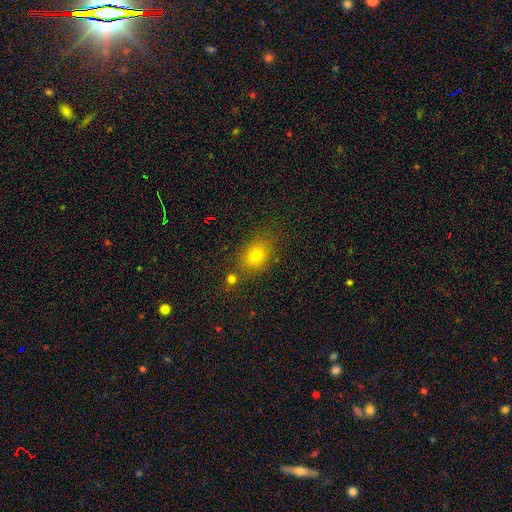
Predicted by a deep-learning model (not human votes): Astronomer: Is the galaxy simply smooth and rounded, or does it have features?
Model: smooth — 75%.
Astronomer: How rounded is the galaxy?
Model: in between — 59% (runner-up: round, 40%).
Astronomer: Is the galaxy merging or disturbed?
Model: none — 74%.